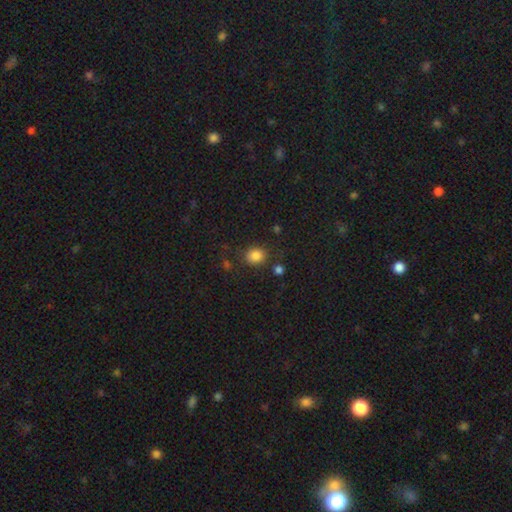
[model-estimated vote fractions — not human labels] smooth 84%, star or artifact 12%, featured or disk 5%. Down the decision tree: how rounded — round (71%); merging — none (80%).